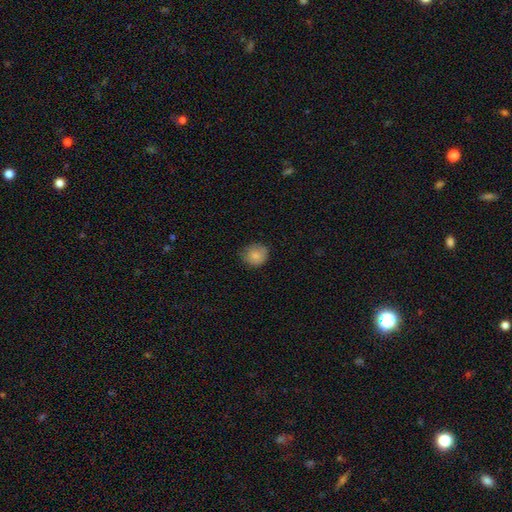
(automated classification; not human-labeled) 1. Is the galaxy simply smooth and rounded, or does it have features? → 81% smooth, 10% featured or disk, 9% star or artifact.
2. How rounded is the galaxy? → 84% round, 15% in between, 1% cigar-shaped.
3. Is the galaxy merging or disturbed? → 74% none, 21% minor disturbance, 4% major disturbance, 1% merger.